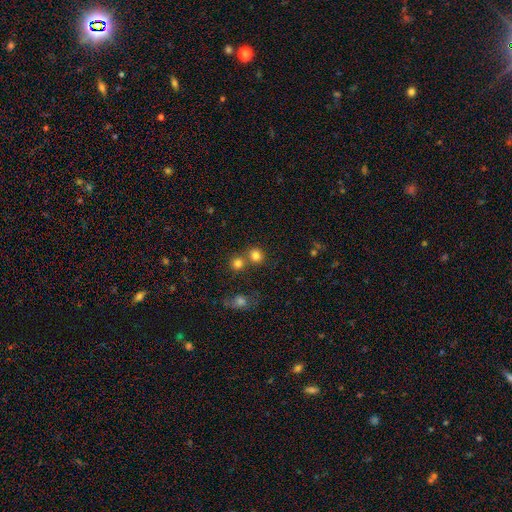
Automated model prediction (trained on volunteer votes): A smooth galaxy with no disk features (80%) that is round (87%).

Vote fractions:
- Smooth or featured? smooth: 80% / star or artifact: 14% / featured or disk: 6%
- How rounded? round: 87% / in between: 12% / cigar-shaped: 1%
- Merging? none: 63% / merger: 27% / minor disturbance: 7% / major disturbance: 3%